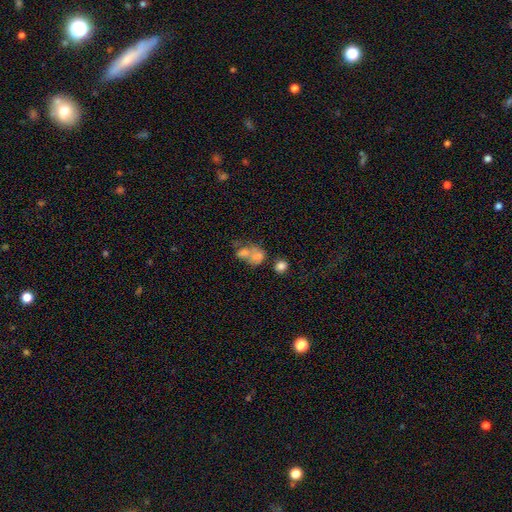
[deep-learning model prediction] Smooth or featured: smooth — 62% (featured or disk — 26%)
How rounded: in between — 55% (round — 44%)
Merging: merger — 61% (none — 20%)